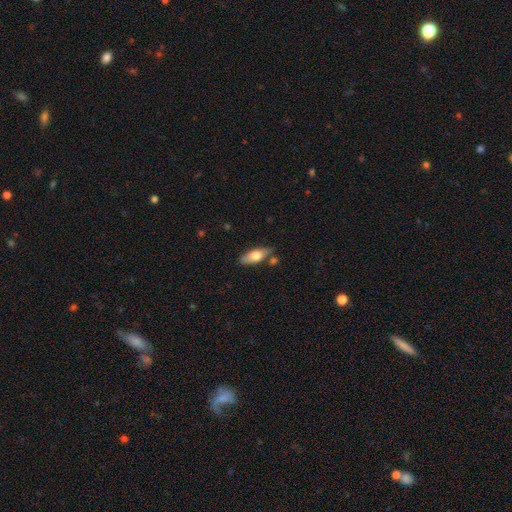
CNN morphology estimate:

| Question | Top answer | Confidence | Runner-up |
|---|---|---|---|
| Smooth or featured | smooth | 67% | featured or disk (27%) |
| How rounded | in between | 71% | cigar-shaped (26%) |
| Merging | none | 72% | minor disturbance (16%) |